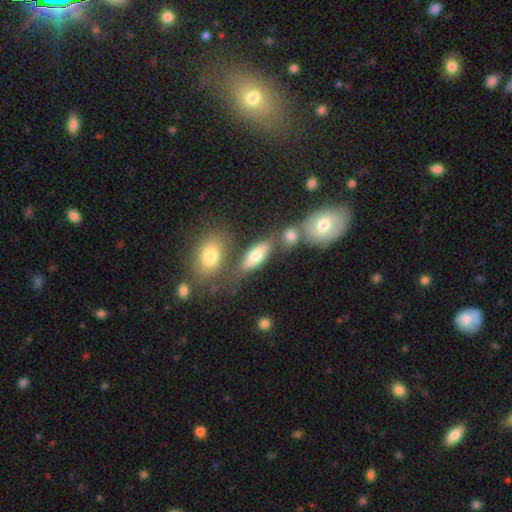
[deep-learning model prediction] Q: Smooth or featured?
A: smooth (71%); runner-up: featured or disk (20%)
Q: How rounded?
A: in between (80%); runner-up: cigar-shaped (13%)
Q: Merging?
A: none (63%); runner-up: merger (17%)